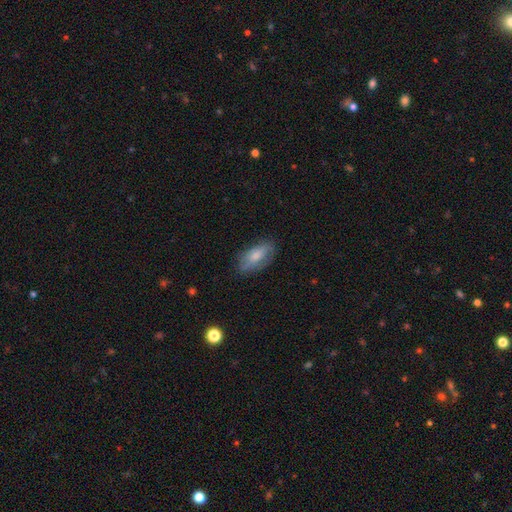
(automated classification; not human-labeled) A smooth galaxy with no disk features (64%) that is in between round and cigar-shaped (87%). Merging: none (69%).